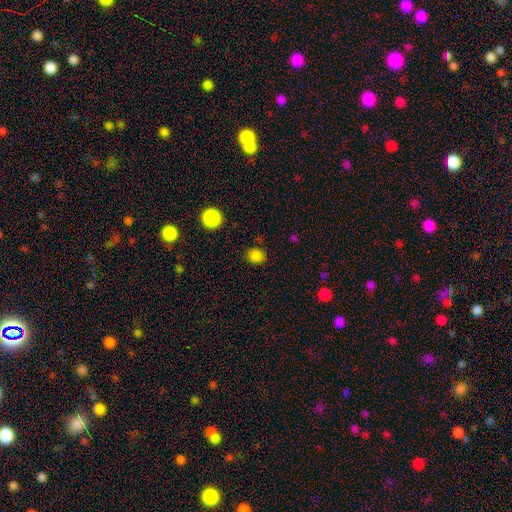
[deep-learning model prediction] Smooth or featured? Predicted: smooth (p=0.83). How rounded? Predicted: round (p=0.65). Merging? Predicted: none (p=0.85).